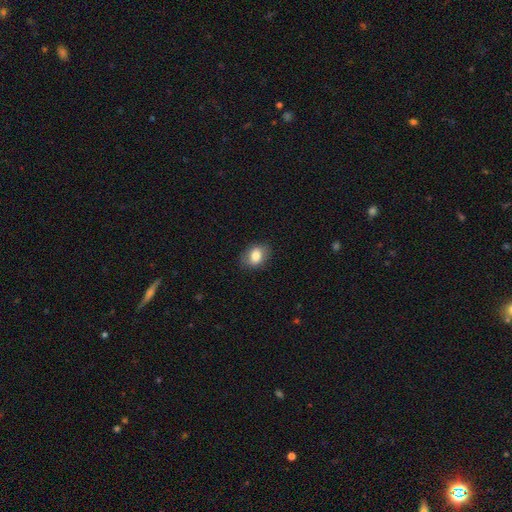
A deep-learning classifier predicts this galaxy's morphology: smooth 81%, featured or disk 11%, star or artifact 8%. Down the decision tree: how rounded — in between (73%); merging — none (82%).